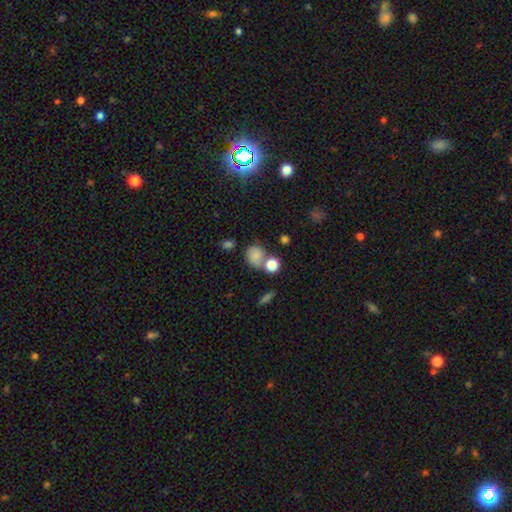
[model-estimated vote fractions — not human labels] The model was most divided on "merging": none: 49%, merger: 30%, minor disturbance: 15%, major disturbance: 6%. More confident: smooth or featured — smooth (75%); how rounded — round (75%).